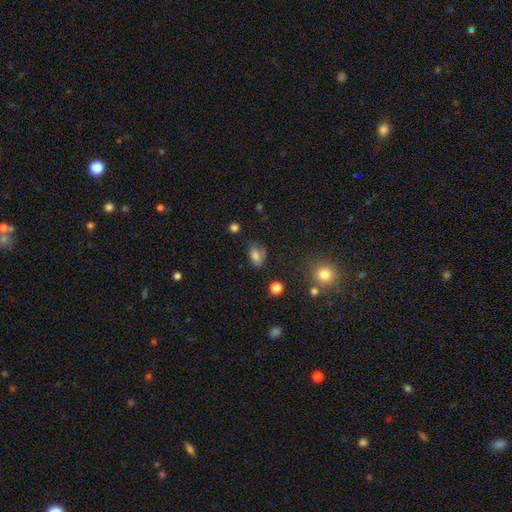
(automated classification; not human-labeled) Smooth or featured: smooth — 76% (star or artifact — 12%)
How rounded: in between — 86% (round — 11%)
Merging: none — 53% (minor disturbance — 31%)